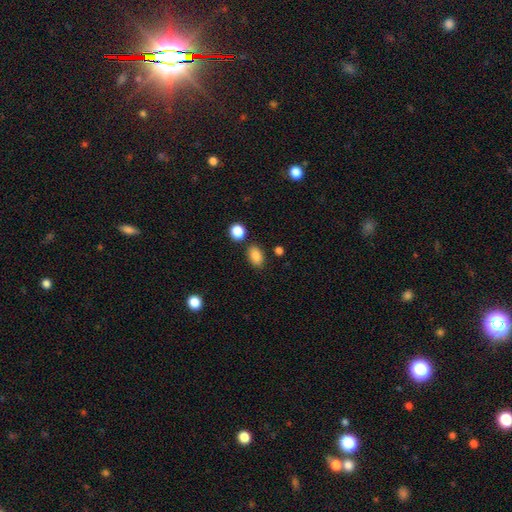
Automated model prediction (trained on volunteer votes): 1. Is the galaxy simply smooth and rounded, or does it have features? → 86% smooth, 9% star or artifact, 4% featured or disk.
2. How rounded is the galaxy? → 82% in between, 17% round, 1% cigar-shaped.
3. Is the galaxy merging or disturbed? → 81% none, 11% minor disturbance, 6% merger, 3% major disturbance.